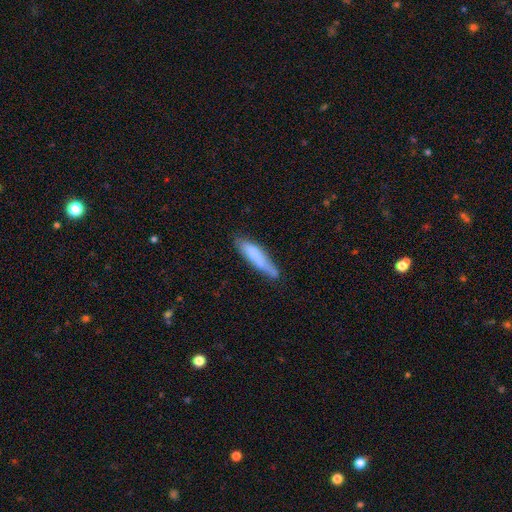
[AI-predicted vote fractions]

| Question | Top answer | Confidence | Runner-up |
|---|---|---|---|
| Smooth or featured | smooth | 74% | featured or disk (20%) |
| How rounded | cigar-shaped | 82% | in between (17%) |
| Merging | none | 66% | minor disturbance (26%) |